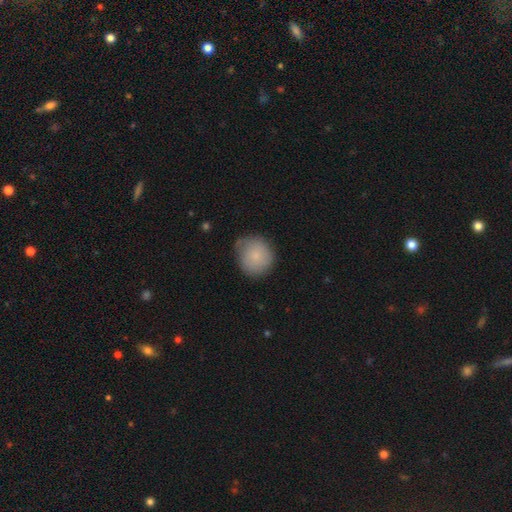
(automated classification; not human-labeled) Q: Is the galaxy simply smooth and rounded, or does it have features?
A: smooth — 82%.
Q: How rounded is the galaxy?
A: round — 89%.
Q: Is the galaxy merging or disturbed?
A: none — 66%.